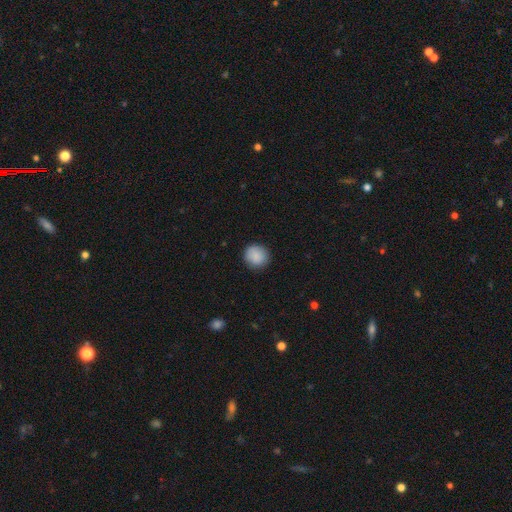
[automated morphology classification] This is clearly a smooth galaxy (88%). How rounded: clearly round (91%). Merging: clearly none (89%).